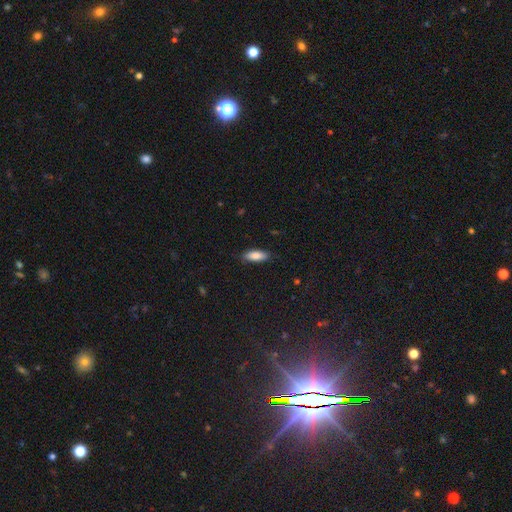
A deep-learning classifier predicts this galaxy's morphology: type=smooth (84%); roundness=in between (70%); merging=none (83%).